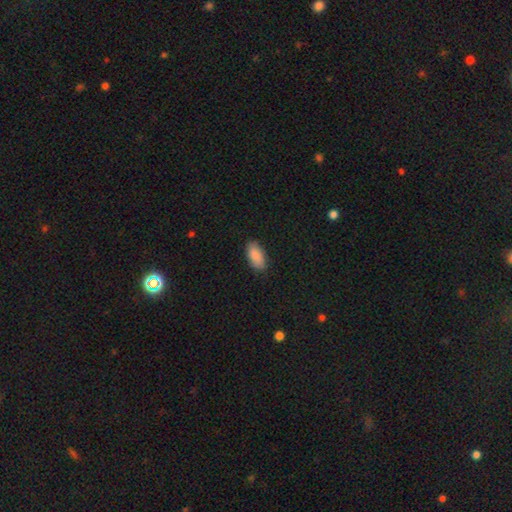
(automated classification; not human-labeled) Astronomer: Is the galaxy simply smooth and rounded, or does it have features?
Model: smooth — 89%.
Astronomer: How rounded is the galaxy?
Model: in between — 91%.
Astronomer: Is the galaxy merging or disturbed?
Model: none — 85%.